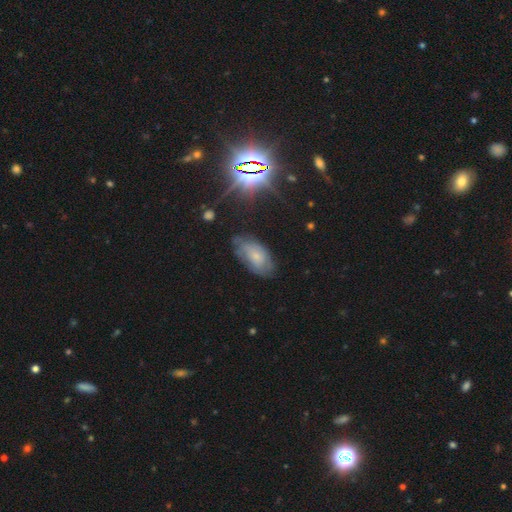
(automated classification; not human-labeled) Overall: smooth (54%; featured or disk 30%). How rounded: in between (92%). Merging: none (63%; minor disturbance 27%).